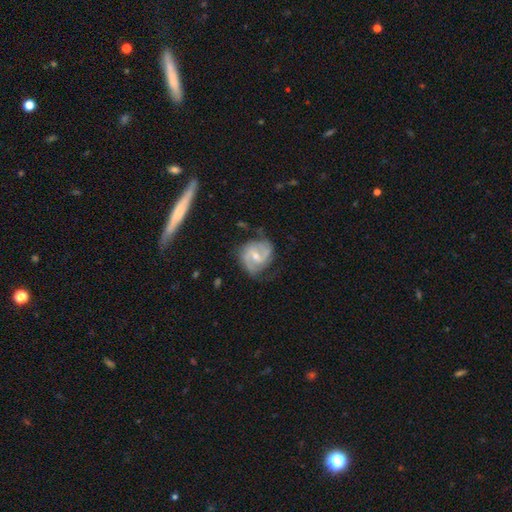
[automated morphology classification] smooth_or_featured: featured or disk (p=0.86) [alt: smooth p=0.10]
disk_edge_on: no (p=0.98) [alt: yes p=0.02]
bar: weak (p=0.55) [alt: no p=0.29]
has_spiral_arms: yes (p=0.96) [alt: no p=0.04]
spiral_winding: medium (p=0.50) [alt: tight p=0.35]
spiral_arm_count: 2 (p=0.83) [alt: can't tell p=0.07]
bulge_size: moderate (p=0.48) [tied with: small p=0.48]
merging: none (p=0.68) [alt: minor disturbance p=0.22]